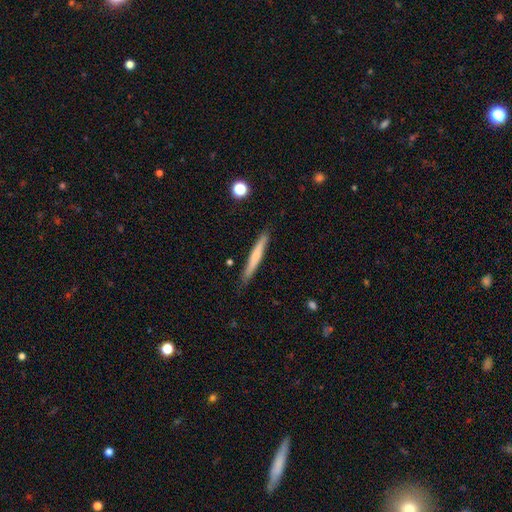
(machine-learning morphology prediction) Smooth or featured? Predicted: smooth (p=0.57). How rounded? Predicted: cigar-shaped (p=0.96). Merging? Predicted: none (p=0.85).